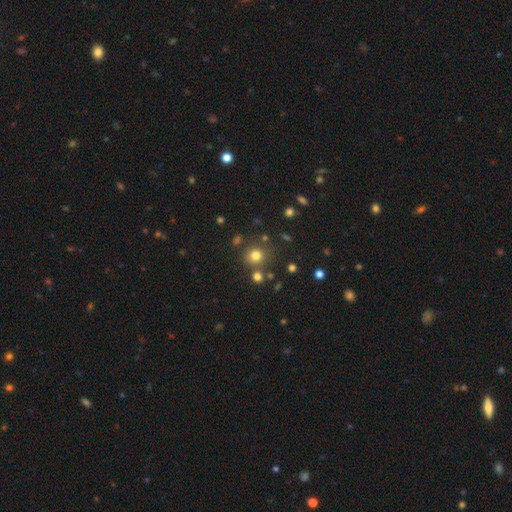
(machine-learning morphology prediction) Smooth or featured? smooth (76%)
How rounded? round (87%)
Merging? none (78%)